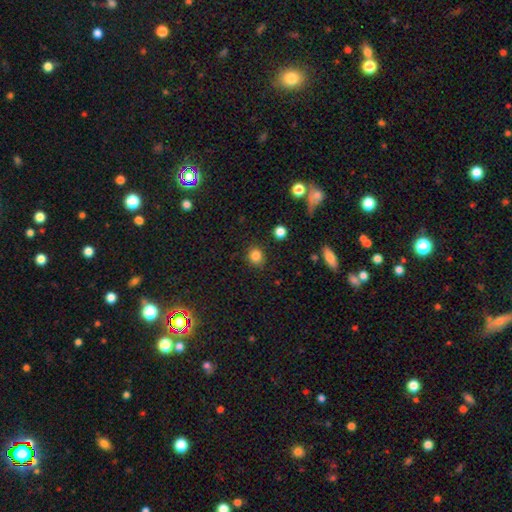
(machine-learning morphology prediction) Smooth or featured? Predicted: smooth (p=0.84). How rounded? Predicted: round (p=0.82). Merging? Predicted: none (p=0.88).